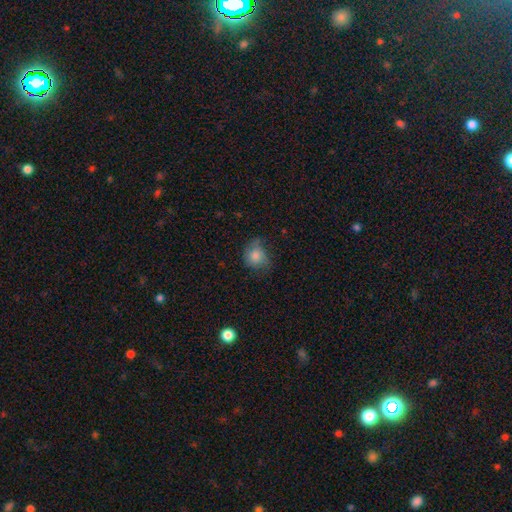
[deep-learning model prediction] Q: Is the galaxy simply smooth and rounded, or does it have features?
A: smooth — 78%.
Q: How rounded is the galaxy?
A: round — 73%.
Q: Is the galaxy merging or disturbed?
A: none — 48%.